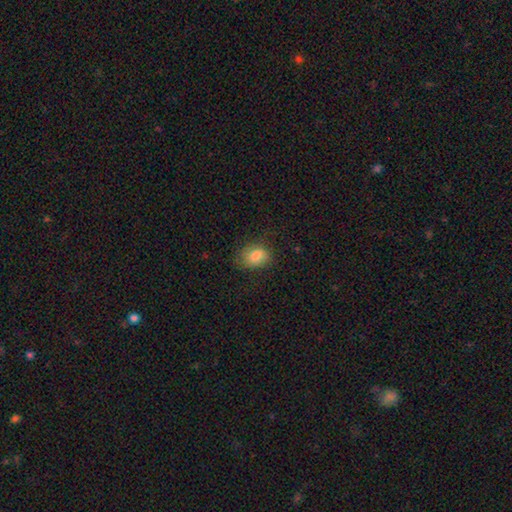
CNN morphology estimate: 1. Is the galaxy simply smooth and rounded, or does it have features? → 82% smooth, 9% star or artifact, 9% featured or disk.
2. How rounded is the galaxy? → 72% in between, 27% round, 1% cigar-shaped.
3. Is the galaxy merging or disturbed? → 69% none, 22% minor disturbance, 7% major disturbance, 1% merger.